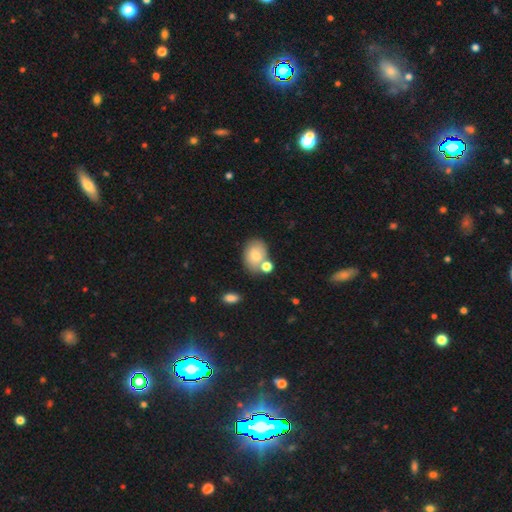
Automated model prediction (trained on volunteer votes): smooth 75%, featured or disk 16%, star or artifact 9%. Down the decision tree: how rounded — in between (70%); merging — none (58%).